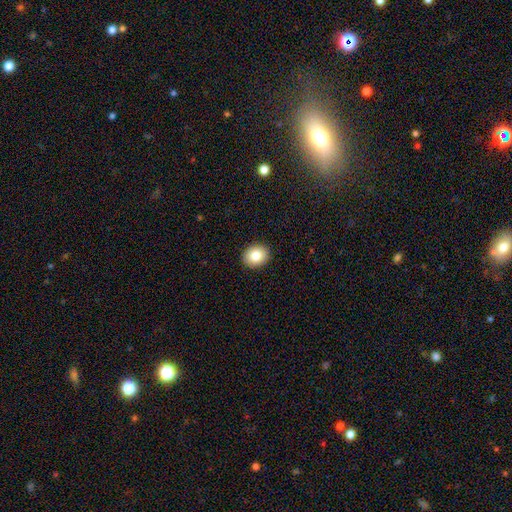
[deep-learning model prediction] smooth_or_featured: smooth (p=0.82) [alt: featured or disk p=0.09]
how_rounded: round (p=0.55) [alt: in between p=0.44]
merging: none (p=0.92) [alt: minor disturbance p=0.06]